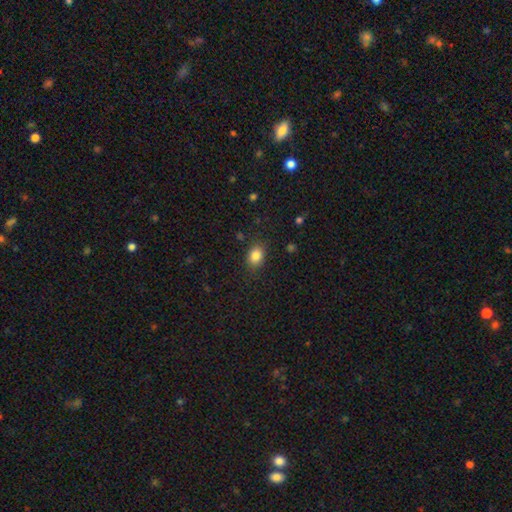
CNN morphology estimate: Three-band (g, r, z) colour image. It shows a smooth galaxy with no disk features (84%) that is in between round and cigar-shaped (68%). Merging: none (84%).